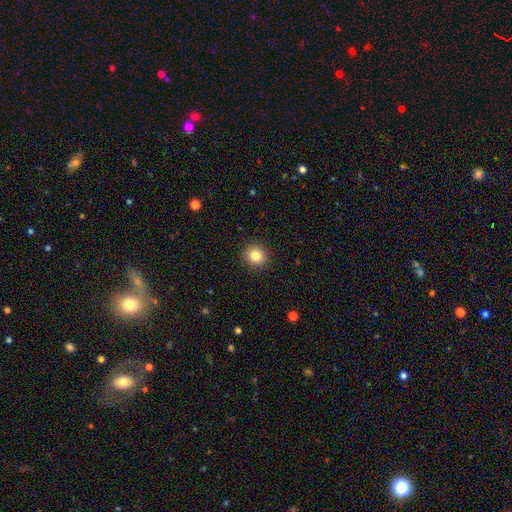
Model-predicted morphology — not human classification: A smooth galaxy with no disk features (84%) that is round (86%).

Vote fractions:
- Smooth or featured? smooth: 84% / star or artifact: 11% / featured or disk: 6%
- How rounded? round: 86% / in between: 13% / cigar-shaped: 1%
- Merging? none: 91% / minor disturbance: 6% / major disturbance: 2% / merger: 1%